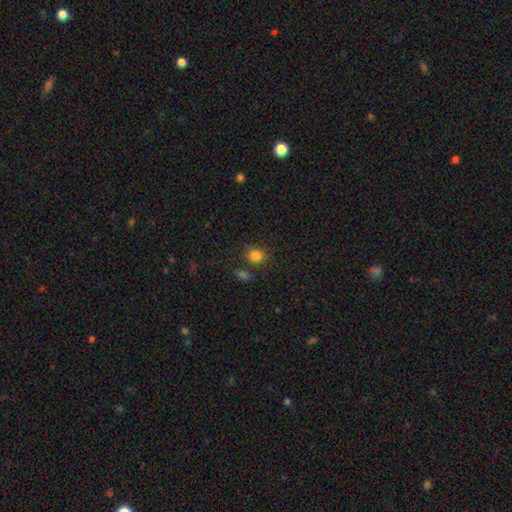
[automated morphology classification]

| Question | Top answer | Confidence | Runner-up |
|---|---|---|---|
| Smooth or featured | smooth | 83% | star or artifact (12%) |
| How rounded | round | 74% | in between (25%) |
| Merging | none | 75% | minor disturbance (12%) |